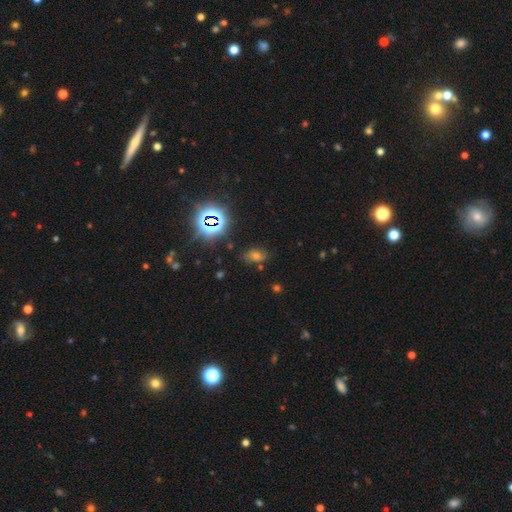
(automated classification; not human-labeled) This appears to be a star or artifact, not a galaxy (45%).